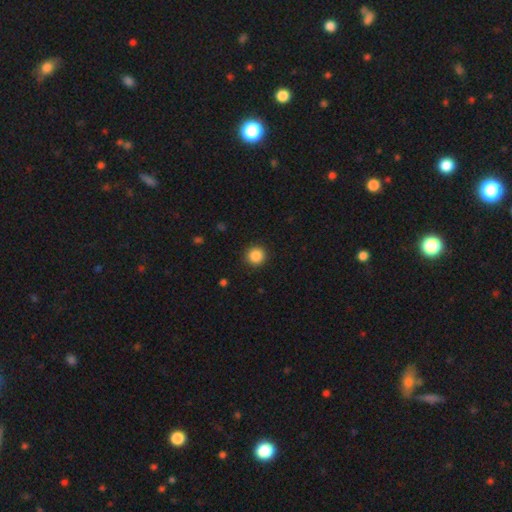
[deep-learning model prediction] This appears to be a smooth galaxy with no disk features (86%) that is round (95%). Merging: none (92%).